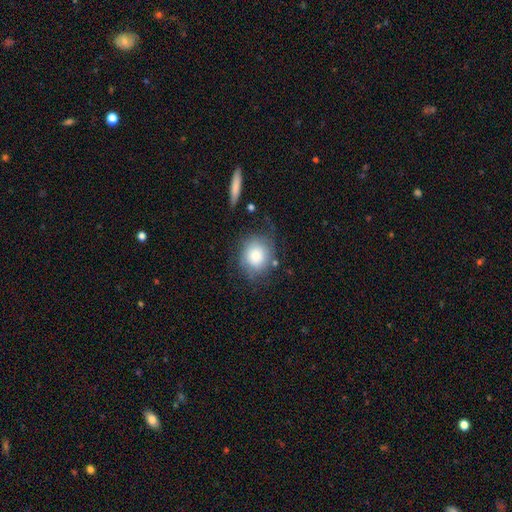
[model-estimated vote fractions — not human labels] This appears to be a smooth galaxy with no disk features (76%) that is round (71%). Merging: none (61%).